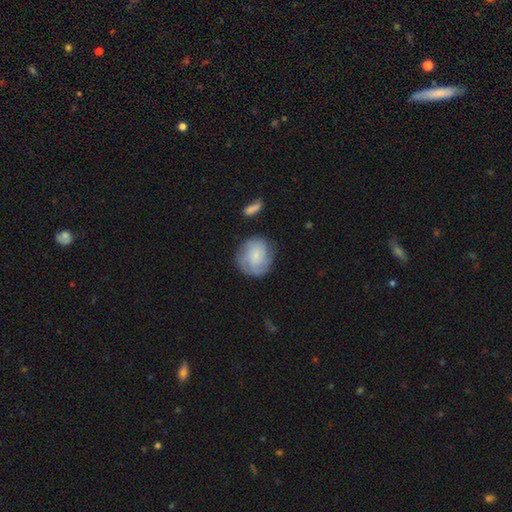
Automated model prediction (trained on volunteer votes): Q: Smooth or featured?
A: smooth (49%); runner-up: featured or disk (43%)
Q: Merging?
A: none (74%); runner-up: minor disturbance (17%)